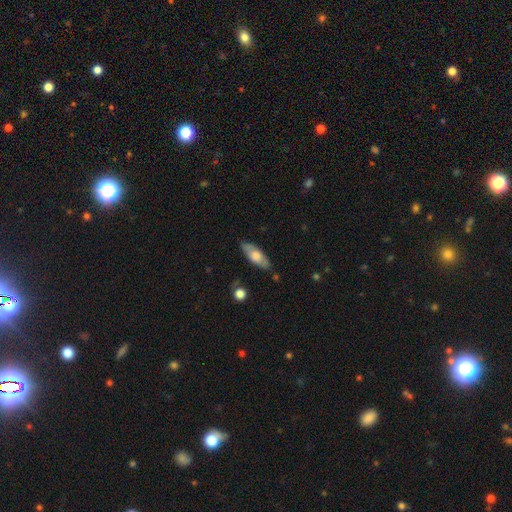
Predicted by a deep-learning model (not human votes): Overall: smooth (58%; featured or disk 36%). How rounded: in between (68%; cigar-shaped 29%). Merging: none (81%).